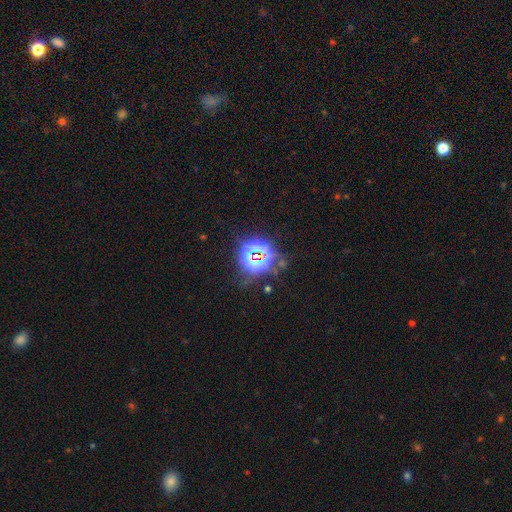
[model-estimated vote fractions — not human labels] The model was most divided on "smooth or featured": star or artifact: 79%, smooth: 12%, featured or disk: 9%.